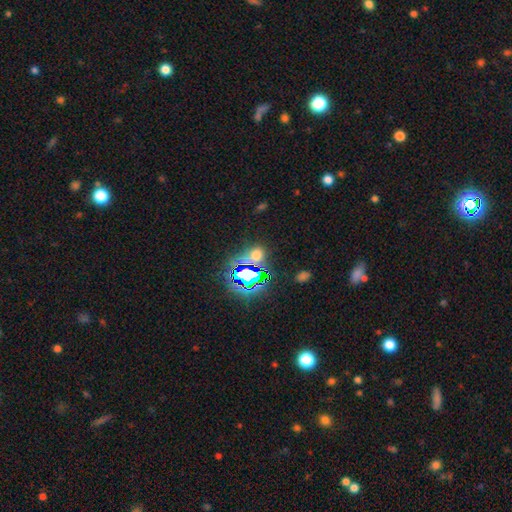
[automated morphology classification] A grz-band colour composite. It shows a star or artifact, not a galaxy (53%).